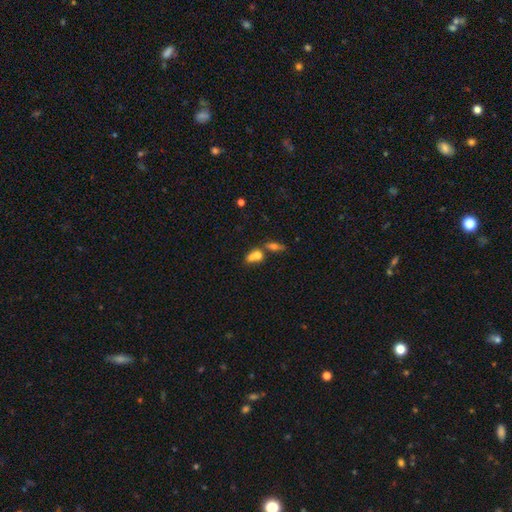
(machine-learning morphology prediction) Overall: smooth (67%). How rounded: in between (60%; round 32%). Merging: merger (66%).